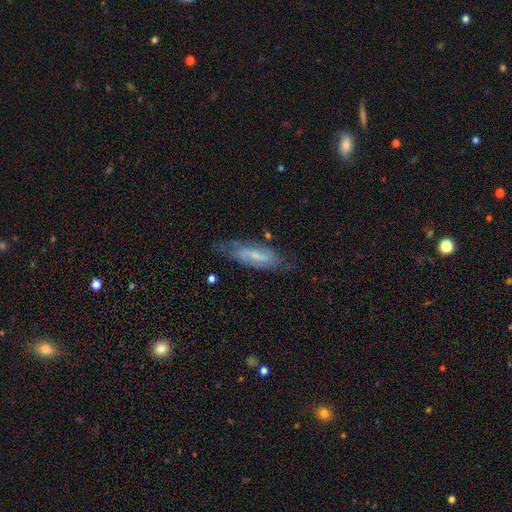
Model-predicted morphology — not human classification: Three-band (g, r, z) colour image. It shows a featured or disk galaxy (61%). Merging: none (62%).